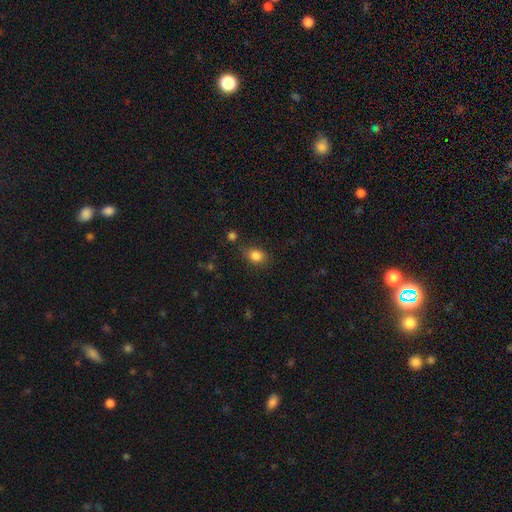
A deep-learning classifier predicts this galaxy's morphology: Overall: smooth (84%). How rounded: in between (65%; round 33%). Merging: none (76%).